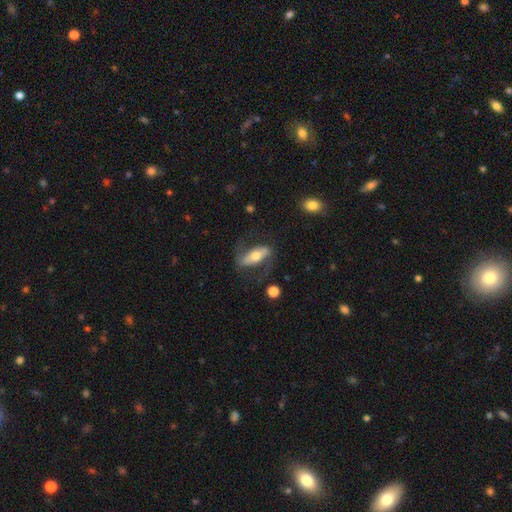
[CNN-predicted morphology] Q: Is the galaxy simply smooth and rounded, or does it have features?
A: featured or disk — 66%.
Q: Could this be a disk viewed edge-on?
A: no — 82%.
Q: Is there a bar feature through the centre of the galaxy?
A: strong — 56%.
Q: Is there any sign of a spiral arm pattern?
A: yes — 81%.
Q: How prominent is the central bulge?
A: moderate — 63%.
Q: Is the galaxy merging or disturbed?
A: none — 67%.